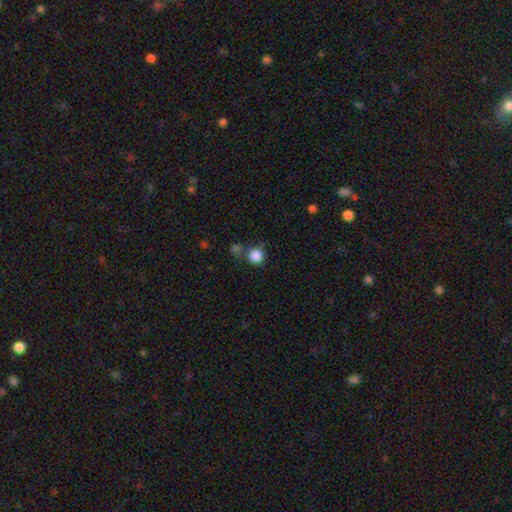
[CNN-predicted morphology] smooth 86%, star or artifact 10%, featured or disk 4%. Down the decision tree: how rounded — round (93%); merging — none (61%).